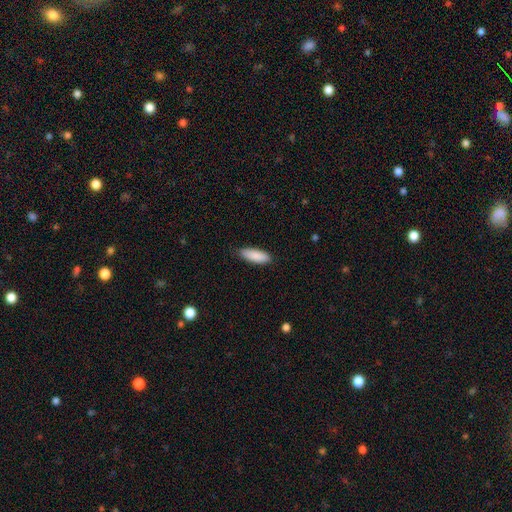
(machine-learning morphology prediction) Smooth or featured? smooth (89%)
How rounded? in between (65%)
Merging? none (86%)